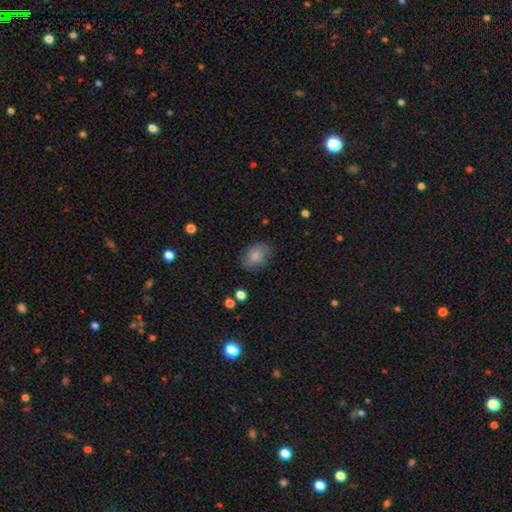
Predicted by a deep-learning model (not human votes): Overall: smooth (85%). How rounded: in between (73%). Merging: none (77%).